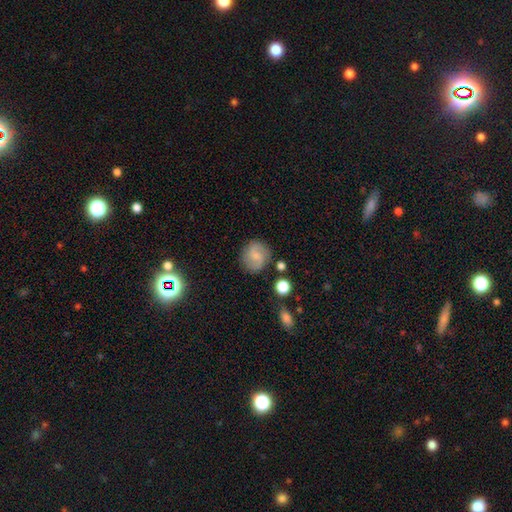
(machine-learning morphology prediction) Q: Smooth or featured?
A: smooth (50%); runner-up: featured or disk (41%)
Q: Merging?
A: none (79%); runner-up: minor disturbance (13%)